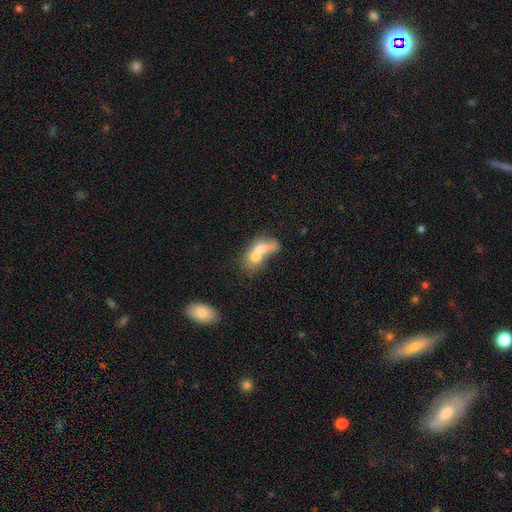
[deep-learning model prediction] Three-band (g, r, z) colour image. It shows a smooth galaxy with no disk features (63%) that is in between round and cigar-shaped (65%). Merging: merger (76%).